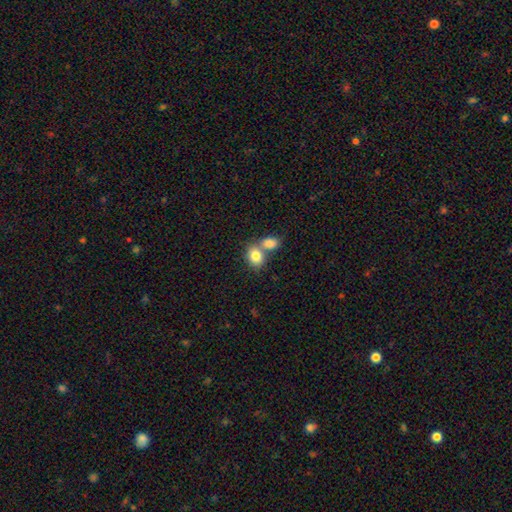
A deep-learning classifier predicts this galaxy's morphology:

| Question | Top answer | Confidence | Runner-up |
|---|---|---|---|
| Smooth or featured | smooth | 82% | featured or disk (10%) |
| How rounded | in between | 56% | round (43%) |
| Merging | merger | 54% | none (36%) |